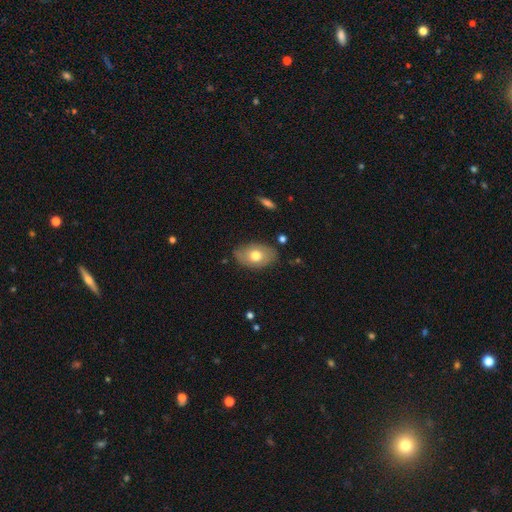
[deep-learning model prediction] Smooth or featured? Predicted: smooth (p=0.67). How rounded? Predicted: in between (p=0.88). Merging? Predicted: none (p=0.79).